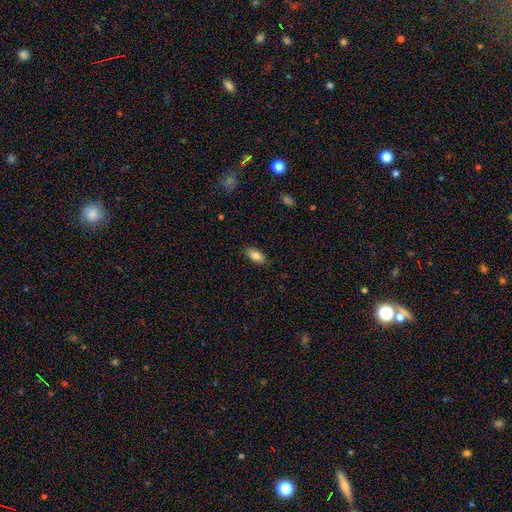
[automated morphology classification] Q: Smooth or featured?
A: smooth (84%); runner-up: featured or disk (8%)
Q: How rounded?
A: in between (90%); runner-up: cigar-shaped (7%)
Q: Merging?
A: none (85%); runner-up: minor disturbance (12%)